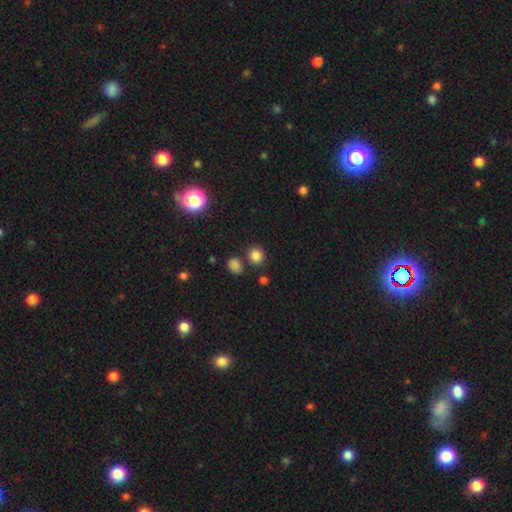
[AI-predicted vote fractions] Smooth or featured?
  - smooth: 83% *
  - star or artifact: 13%
  - featured or disk: 4%
How rounded?
  - round: 86% *
  - in between: 13%
  - cigar-shaped: 1%
Merging?
  - none: 79% *
  - merger: 10%
  - minor disturbance: 8%
  - major disturbance: 3%